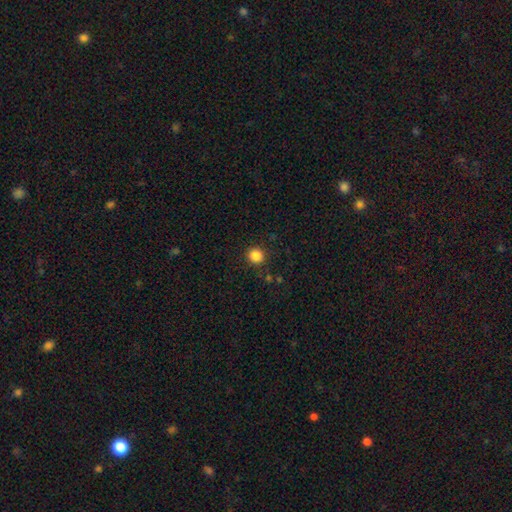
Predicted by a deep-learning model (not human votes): A smooth galaxy with no disk features (85%) that is round (90%).

Vote fractions:
- Smooth or featured? smooth: 85% / star or artifact: 11% / featured or disk: 3%
- How rounded? round: 90% / in between: 9% / cigar-shaped: 1%
- Merging? none: 89% / minor disturbance: 7% / major disturbance: 3% / merger: 2%